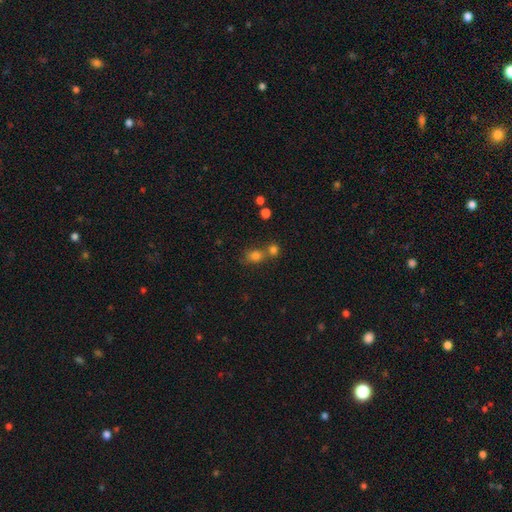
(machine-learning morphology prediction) This appears to be a smooth galaxy with no disk features (74%) that is round (56%). Merging: none (45%).